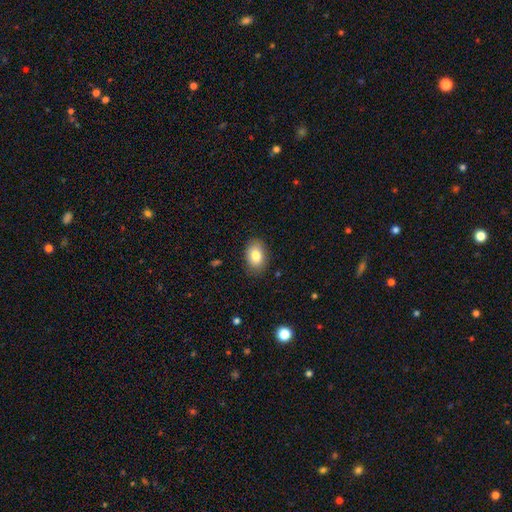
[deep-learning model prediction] Overall: smooth (84%). How rounded: in between (85%). Merging: none (85%).